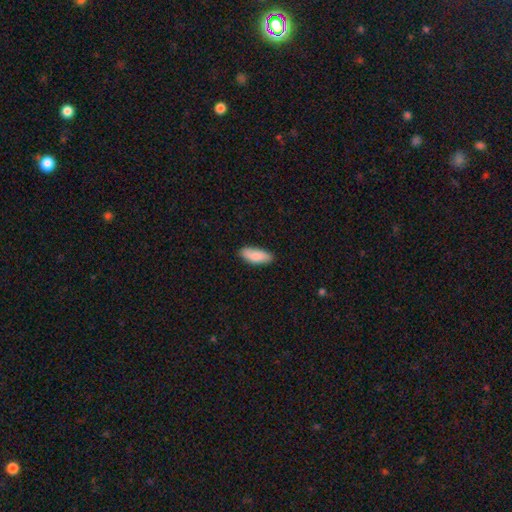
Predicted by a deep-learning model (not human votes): A smooth galaxy with no disk features (86%) that is in between round and cigar-shaped (77%).

Vote fractions:
- Smooth or featured? smooth: 86% / featured or disk: 8% / star or artifact: 6%
- How rounded? in between: 77% / cigar-shaped: 21% / round: 2%
- Merging? none: 85% / minor disturbance: 12% / major disturbance: 2% / merger: 1%